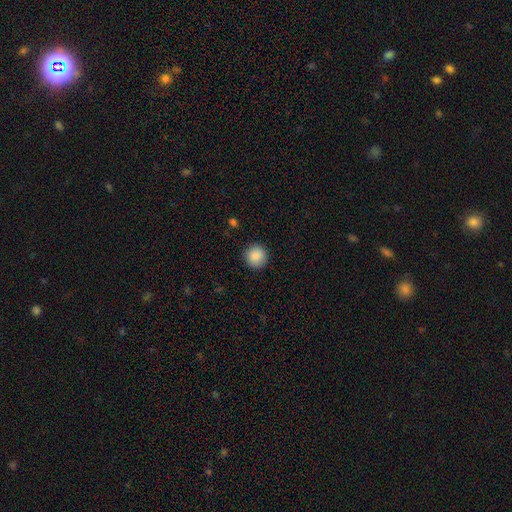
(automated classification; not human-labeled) Smooth or featured? smooth (89%)
How rounded? round (94%)
Merging? none (90%)